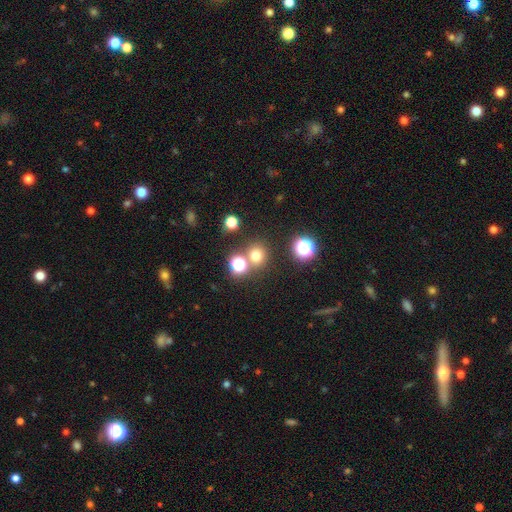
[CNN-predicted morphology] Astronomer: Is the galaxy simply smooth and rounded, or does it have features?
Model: smooth — 69%.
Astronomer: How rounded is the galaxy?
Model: round — 88%.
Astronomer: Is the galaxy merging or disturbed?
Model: none — 74%.